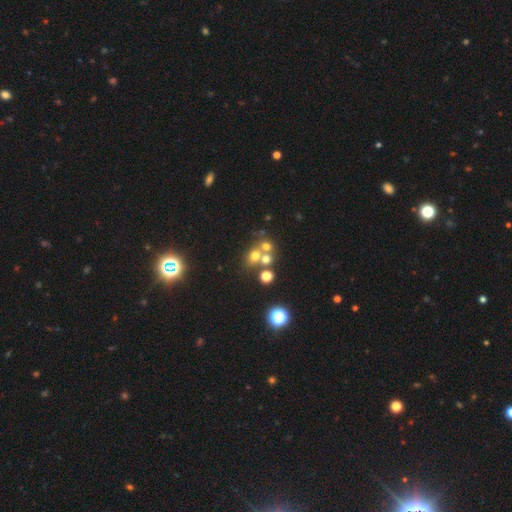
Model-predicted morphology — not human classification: This appears to be a smooth galaxy with no disk features (59%) that is round (73%). Merging: merger (44%).